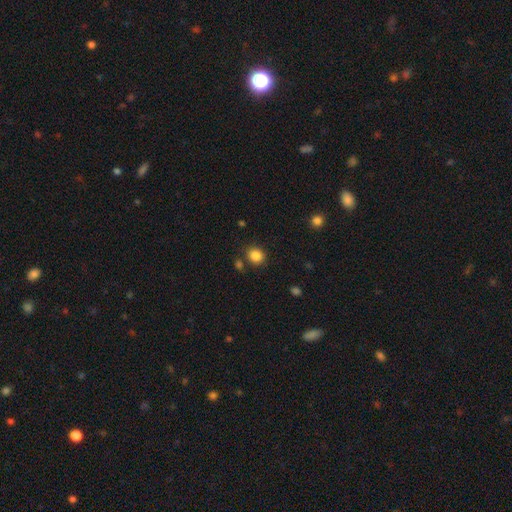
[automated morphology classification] This appears to be a smooth galaxy with no disk features (86%) that is round (74%). Merging: none (81%).